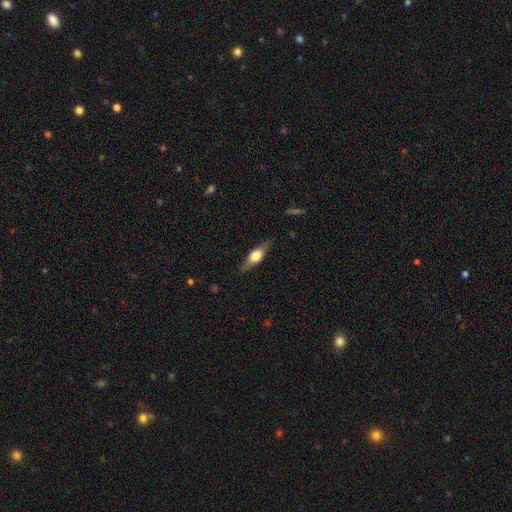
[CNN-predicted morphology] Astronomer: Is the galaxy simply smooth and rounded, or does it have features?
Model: featured or disk — 47% (runner-up: smooth, 46%).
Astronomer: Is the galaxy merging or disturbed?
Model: none — 82%.